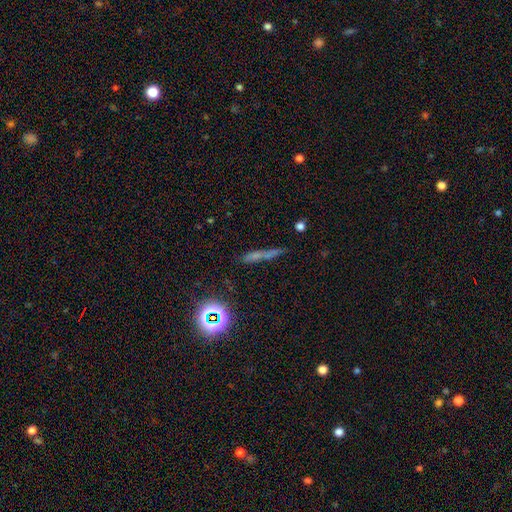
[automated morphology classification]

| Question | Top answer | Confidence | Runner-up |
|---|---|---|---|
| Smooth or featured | smooth | 45% | star or artifact (29%) |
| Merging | none | 74% | minor disturbance (15%) |